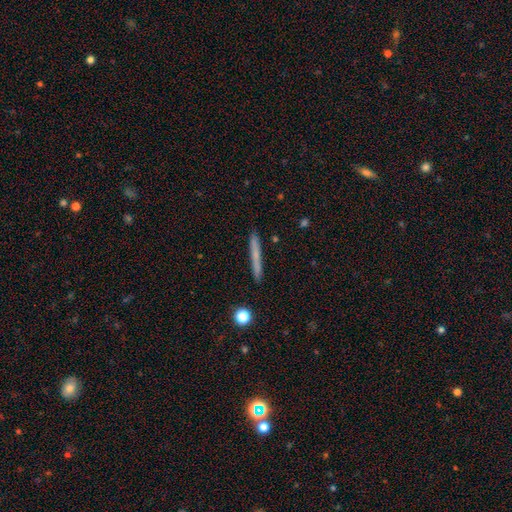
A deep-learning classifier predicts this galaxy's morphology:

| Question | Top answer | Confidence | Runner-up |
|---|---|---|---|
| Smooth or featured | smooth | 64% | featured or disk (29%) |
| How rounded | cigar-shaped | 96% | in between (2%) |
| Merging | none | 91% | minor disturbance (6%) |